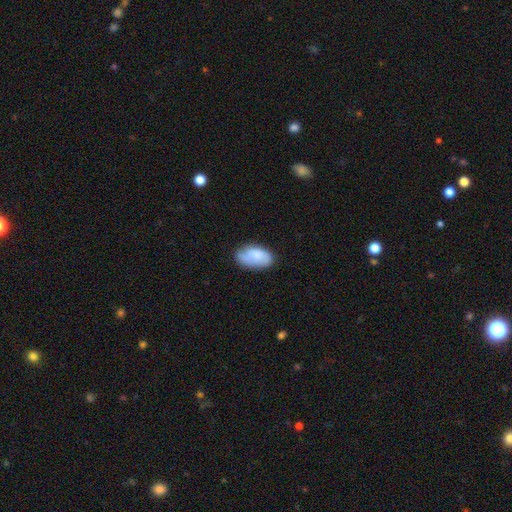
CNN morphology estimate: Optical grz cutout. It shows a smooth galaxy with no disk features (77%) that is in between round and cigar-shaped (94%). Merging: none (69%).